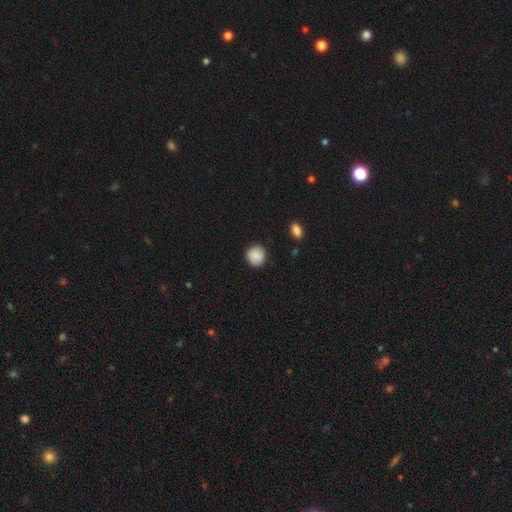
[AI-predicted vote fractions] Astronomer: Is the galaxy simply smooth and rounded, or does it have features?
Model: smooth — 88%.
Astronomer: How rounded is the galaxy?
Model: round — 90%.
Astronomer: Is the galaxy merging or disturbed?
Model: none — 88%.